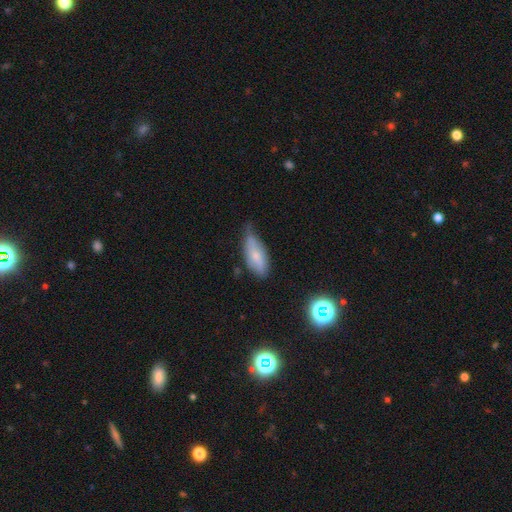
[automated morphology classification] Smooth or featured?
  - smooth: 62% *
  - featured or disk: 28%
  - star or artifact: 9%
How rounded?
  - in between: 78% *
  - cigar-shaped: 20%
  - round: 3%
Merging?
  - none: 44% * (tied)
  - minor disturbance: 44% * (tied)
  - major disturbance: 9%
  - merger: 3%